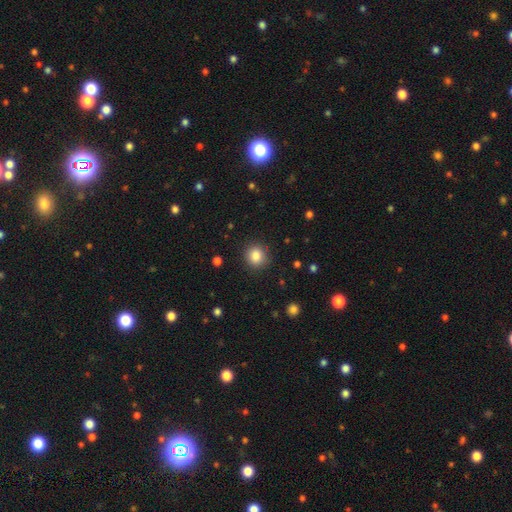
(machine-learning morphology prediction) Smooth or featured?
  - smooth: 85% *
  - star or artifact: 10%
  - featured or disk: 5%
How rounded?
  - round: 88% *
  - in between: 11%
  - cigar-shaped: 1%
Merging?
  - none: 89% *
  - minor disturbance: 8%
  - major disturbance: 3%
  - merger: 1%